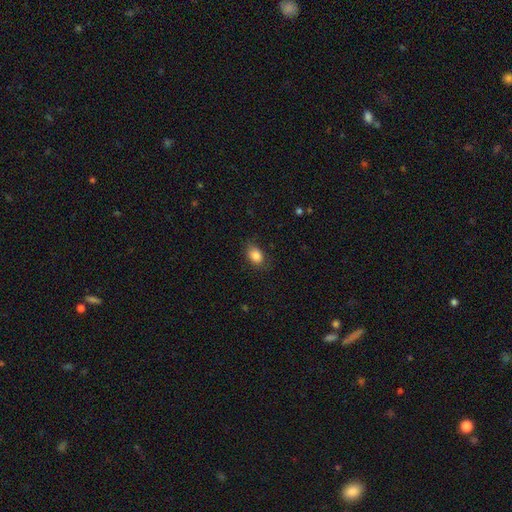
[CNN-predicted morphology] Smooth or featured: smooth — 85% (star or artifact — 9%)
How rounded: in between — 71% (round — 28%)
Merging: none — 77% (minor disturbance — 17%)